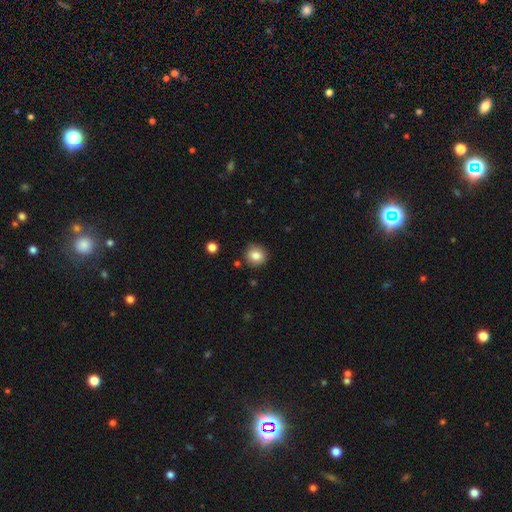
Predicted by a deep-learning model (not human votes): A smooth galaxy with no disk features (83%) that is round (87%). Merging: none (86%).